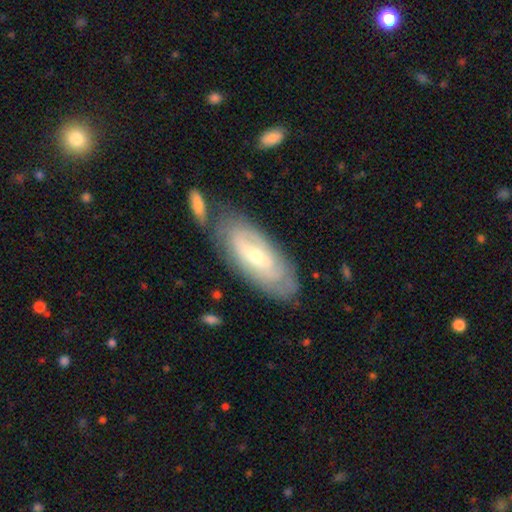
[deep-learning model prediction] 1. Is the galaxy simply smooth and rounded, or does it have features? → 67% featured or disk, 28% smooth, 6% star or artifact.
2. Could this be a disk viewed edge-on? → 86% no, 14% yes.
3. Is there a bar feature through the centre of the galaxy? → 49% no, 35% weak, 16% strong.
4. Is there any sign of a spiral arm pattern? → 68% yes, 32% no.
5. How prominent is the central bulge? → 50% small, 46% moderate, 2% large, 1% none, 1% dominant.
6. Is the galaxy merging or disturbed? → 71% none, 16% minor disturbance, 7% merger, 5% major disturbance.